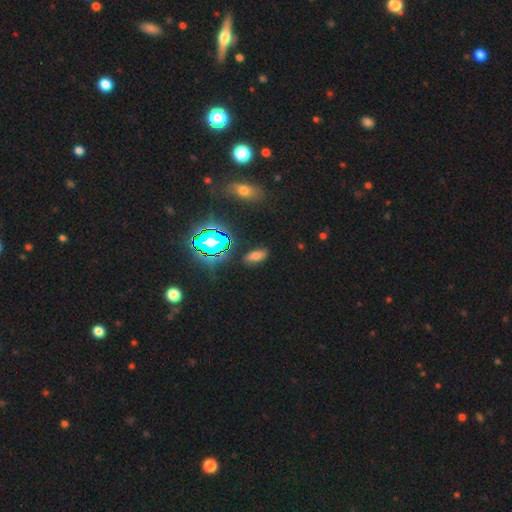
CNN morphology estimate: The model was most divided on "smooth or featured": smooth: 62%, star or artifact: 26%, featured or disk: 12%. More confident: merging — none (85%); how rounded — in between (83%).